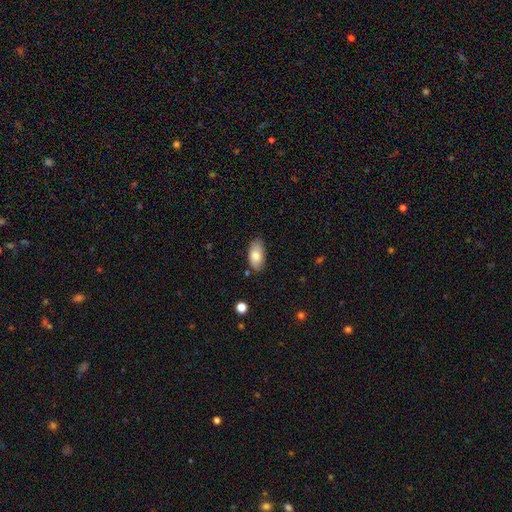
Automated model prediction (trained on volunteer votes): A smooth galaxy with no disk features (79%) that is in between round and cigar-shaped (93%).

Vote fractions:
- Smooth or featured? smooth: 79% / featured or disk: 14% / star or artifact: 7%
- How rounded? in between: 93% / cigar-shaped: 4% / round: 3%
- Merging? none: 79% / minor disturbance: 17% / major disturbance: 3% / merger: 2%